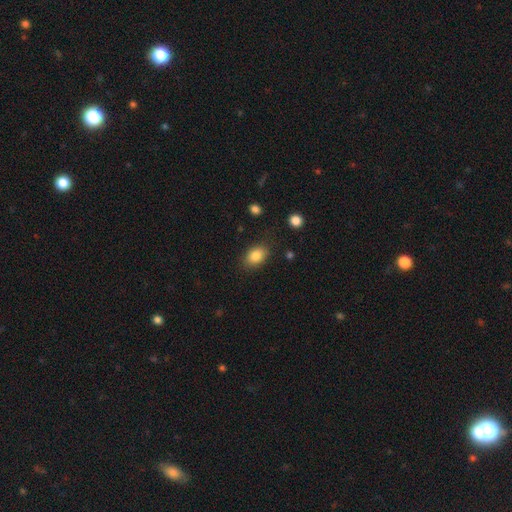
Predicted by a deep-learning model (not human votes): A smooth galaxy with no disk features (85%) that is in between round and cigar-shaped (82%). Merging: none (83%).